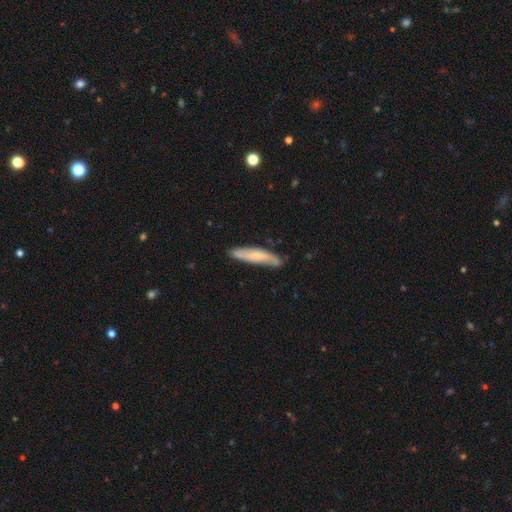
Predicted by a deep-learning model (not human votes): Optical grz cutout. It shows a smooth galaxy with no disk features (50%). Merging: none (79%).